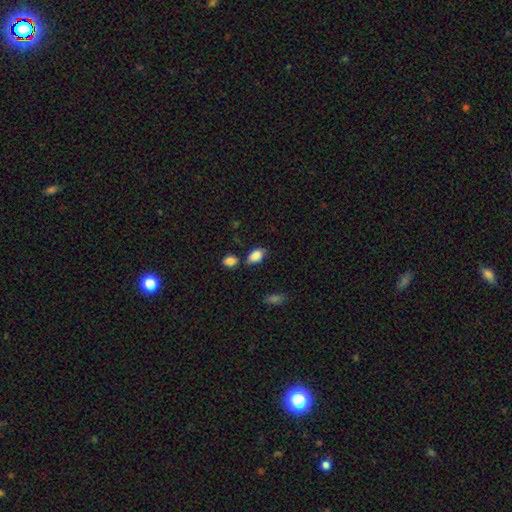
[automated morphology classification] A smooth galaxy with no disk features (86%) that is in between round and cigar-shaped (91%).

Vote fractions:
- Smooth or featured? smooth: 86% / star or artifact: 8% / featured or disk: 6%
- How rounded? in between: 91% / round: 7% / cigar-shaped: 3%
- Merging? none: 59% / minor disturbance: 22% / merger: 13% / major disturbance: 6%